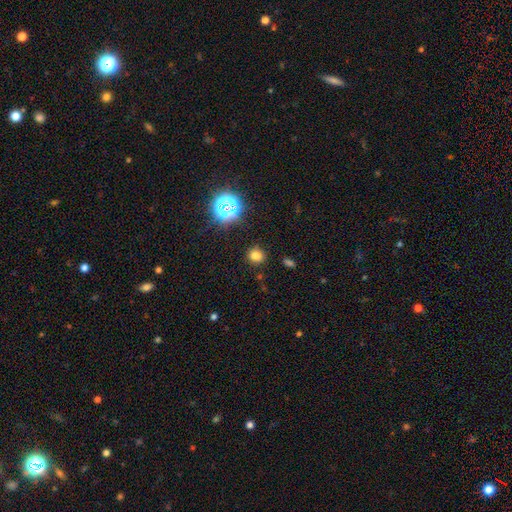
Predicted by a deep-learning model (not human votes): smooth_or_featured: smooth (p=0.73) [alt: star or artifact p=0.21]
how_rounded: round (p=0.79) [alt: in between p=0.20]
merging: none (p=0.88) [alt: minor disturbance p=0.08]